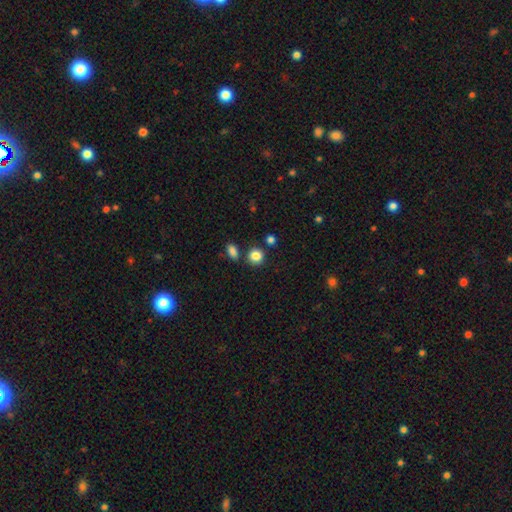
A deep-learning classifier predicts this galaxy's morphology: smooth 85%, star or artifact 11%, featured or disk 4%. Down the decision tree: how rounded — round (84%); merging — none (77%).